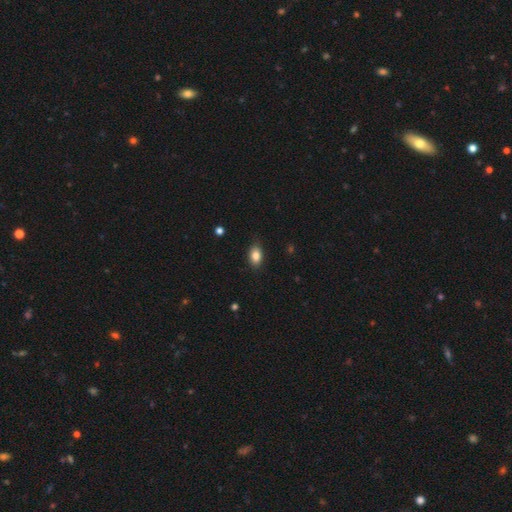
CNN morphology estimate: type=smooth (84%); roundness=in between (87%); merging=none (84%).